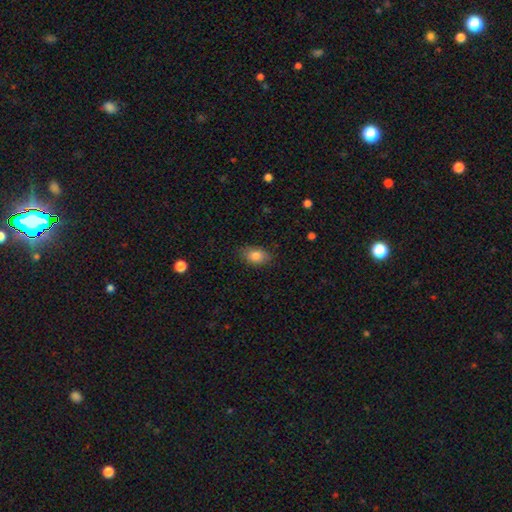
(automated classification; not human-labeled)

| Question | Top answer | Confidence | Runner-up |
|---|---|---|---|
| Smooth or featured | smooth | 84% | star or artifact (8%) |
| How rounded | in between | 86% | round (13%) |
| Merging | none | 81% | minor disturbance (14%) |